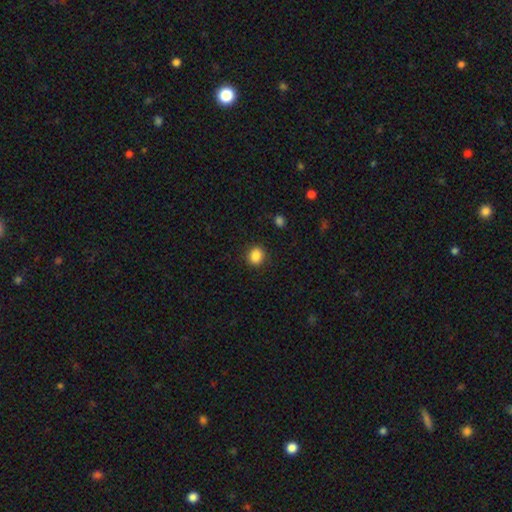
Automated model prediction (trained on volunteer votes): Smooth or featured? Predicted: smooth (p=0.87). How rounded? Predicted: round (p=0.75). Merging? Predicted: none (p=0.89).